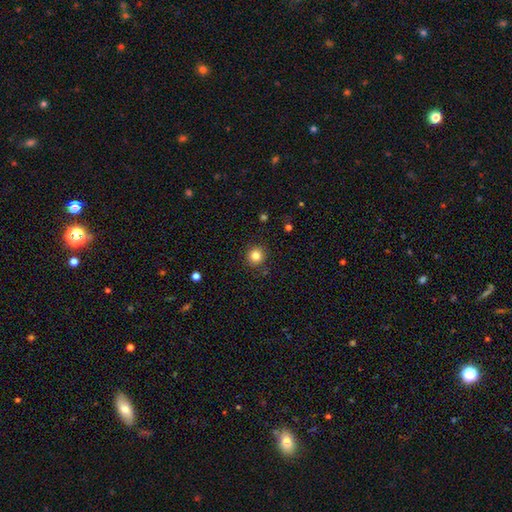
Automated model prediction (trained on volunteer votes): Smooth or featured: smooth — 83% (star or artifact — 12%)
How rounded: round — 94% (in between — 5%)
Merging: none — 90% (minor disturbance — 6%)